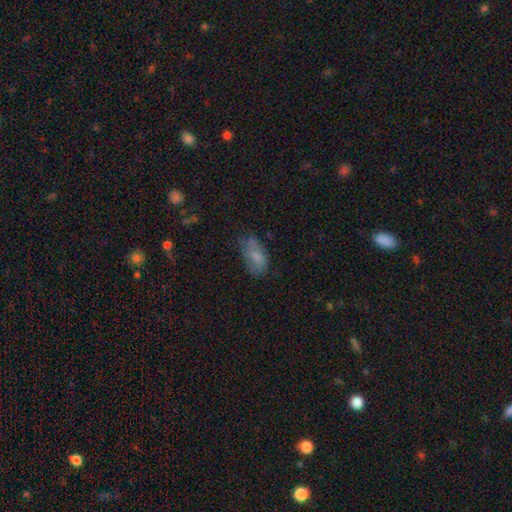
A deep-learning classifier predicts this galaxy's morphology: A smooth galaxy with no disk features (70%) that is in between round and cigar-shaped (91%). Merging: none (52%).